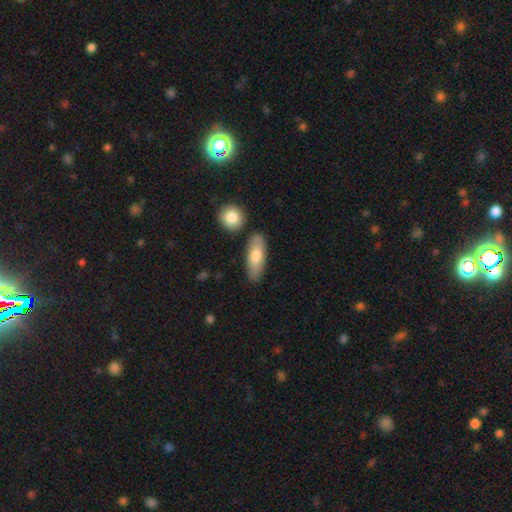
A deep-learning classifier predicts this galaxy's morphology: Overall: smooth (74%). How rounded: in between (72%). Merging: none (78%).